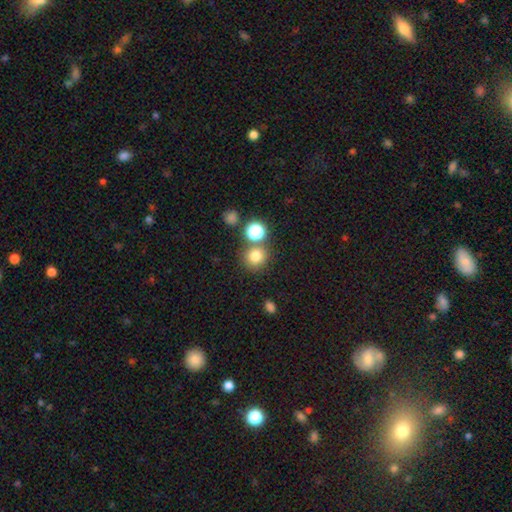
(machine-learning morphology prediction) A smooth galaxy with no disk features (76%) that is round (90%).

Vote fractions:
- Smooth or featured? smooth: 76% / star or artifact: 16% / featured or disk: 7%
- How rounded? round: 90% / in between: 9% / cigar-shaped: 1%
- Merging? none: 72% / merger: 16% / minor disturbance: 9% / major disturbance: 3%